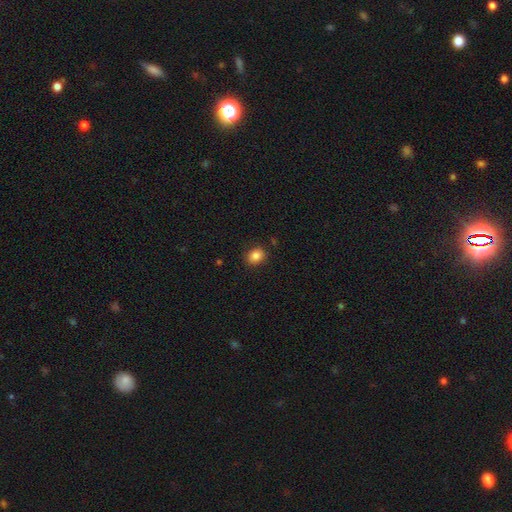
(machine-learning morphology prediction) This is clearly a smooth galaxy (85%). How rounded: possibly in between (50%). Merging: clearly none (87%).